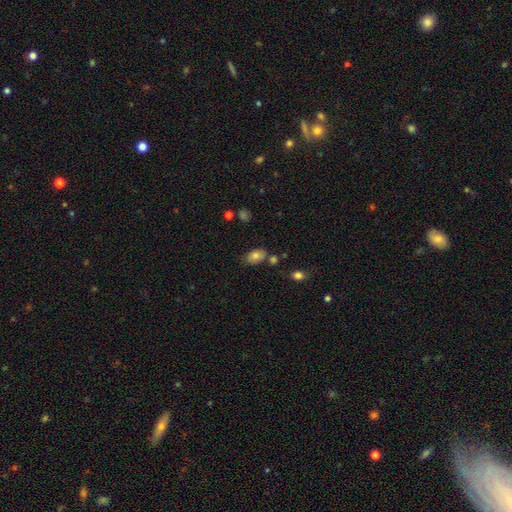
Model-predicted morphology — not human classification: smooth-or-featured: smooth: 80% | featured or disk: 12% | star or artifact: 9%
  how-rounded: in between: 90% | round: 8% | cigar-shaped: 2%
  merging: none: 65% | minor disturbance: 18% | merger: 12% | major disturbance: 5%